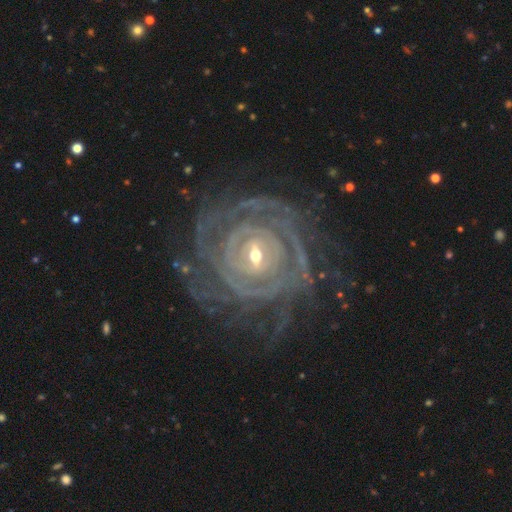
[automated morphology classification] A featured or disk galaxy (89%) with a weak bar (45%), tight (83%) spiral arms (95%) and a small central bulge (59%). Merging: none (70%).